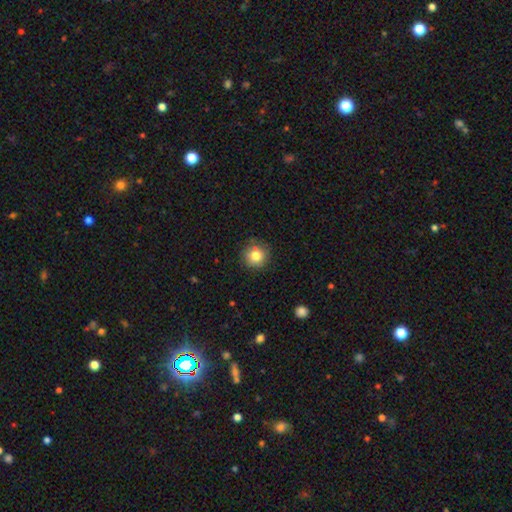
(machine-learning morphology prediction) smooth-or-featured: smooth: 81% | star or artifact: 11% | featured or disk: 8%
  how-rounded: round: 93% | in between: 6% | cigar-shaped: 1%
  merging: none: 85% | minor disturbance: 11% | major disturbance: 2% | merger: 2%